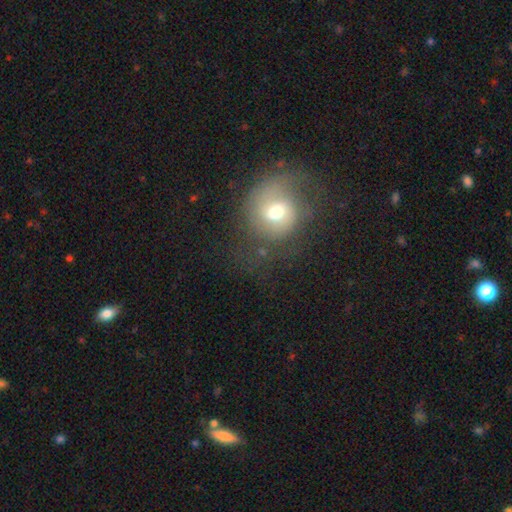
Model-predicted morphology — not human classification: Q: Smooth or featured?
A: featured or disk (51%); runner-up: smooth (36%)
Q: Edge-on disk?
A: no (96%); runner-up: yes (4%)
Q: Merging?
A: none (55%); runner-up: minor disturbance (22%)